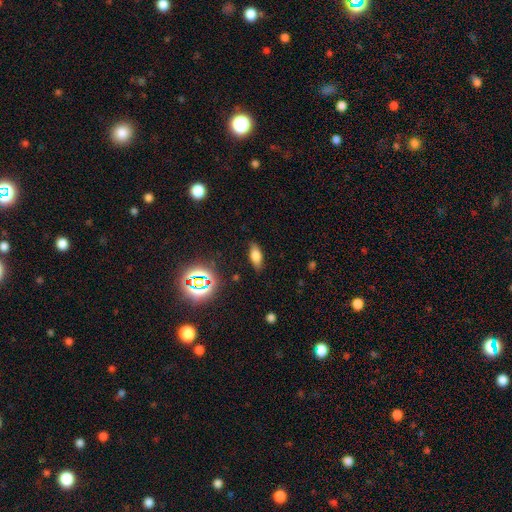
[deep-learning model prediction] Smooth or featured?
  - smooth: 69% *
  - star or artifact: 16%
  - featured or disk: 15%
How rounded?
  - in between: 77% *
  - cigar-shaped: 18%
  - round: 5%
Merging?
  - none: 85% *
  - minor disturbance: 10%
  - major disturbance: 3%
  - merger: 1%